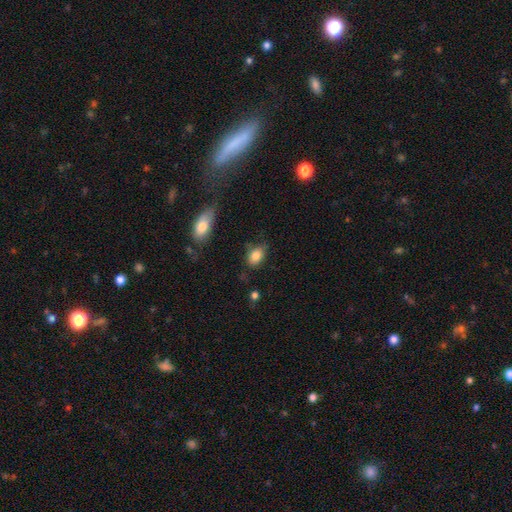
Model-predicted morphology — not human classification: type=smooth (85%); roundness=in between (82%); merging=none (70%).